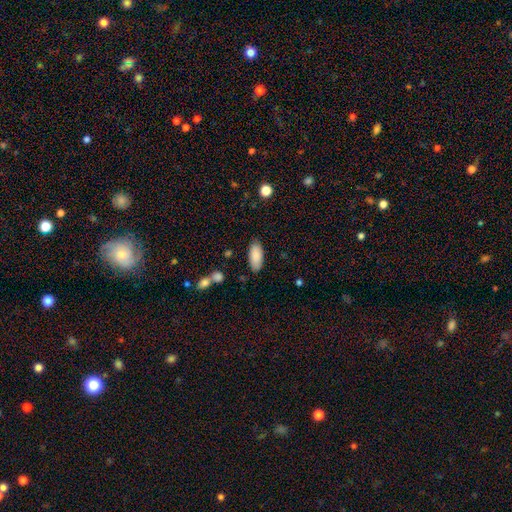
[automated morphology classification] Smooth or featured?
  - smooth: 87% *
  - featured or disk: 7%
  - star or artifact: 6%
How rounded?
  - in between: 86% *
  - cigar-shaped: 12%
  - round: 2%
Merging?
  - none: 84% *
  - minor disturbance: 11%
  - major disturbance: 2%
  - merger: 2%